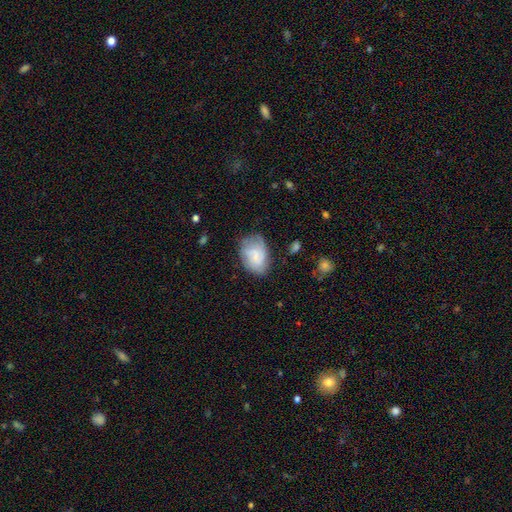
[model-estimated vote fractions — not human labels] Smooth or featured? Predicted: smooth (p=0.61). How rounded? Predicted: in between (p=0.83). Merging? Predicted: none (p=0.57).